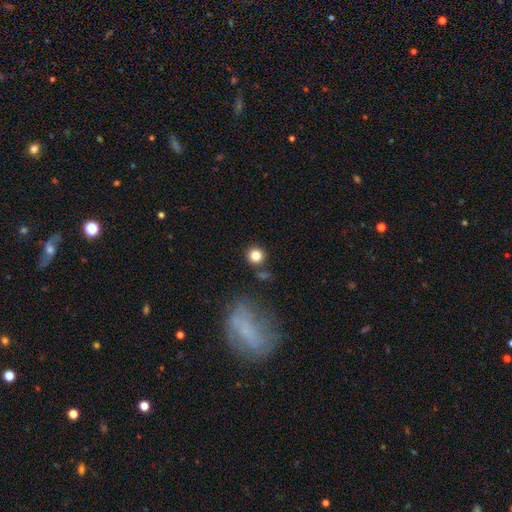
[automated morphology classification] This is clearly a smooth galaxy (82%). How rounded: clearly round (93%). Merging: clearly none (83%).